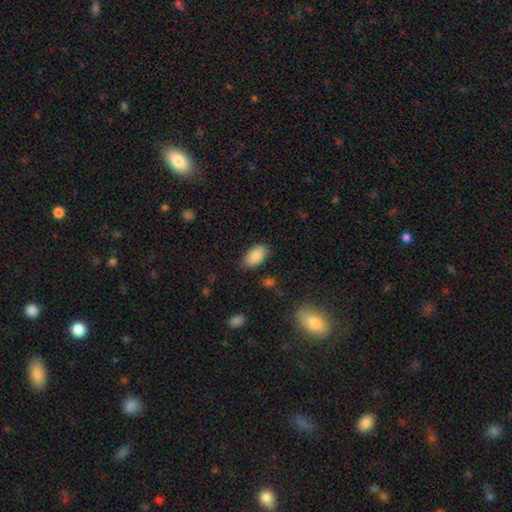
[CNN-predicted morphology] Smooth or featured? Predicted: smooth (p=0.88). How rounded? Predicted: in between (p=0.94). Merging? Predicted: none (p=0.78).